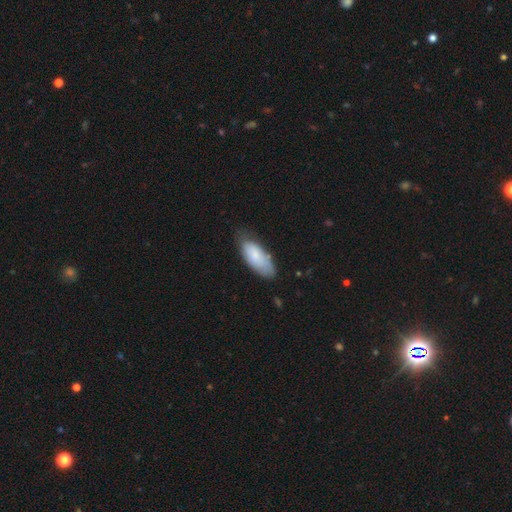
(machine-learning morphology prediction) type=smooth (78%); roundness=in between (84%); merging=none (59%).